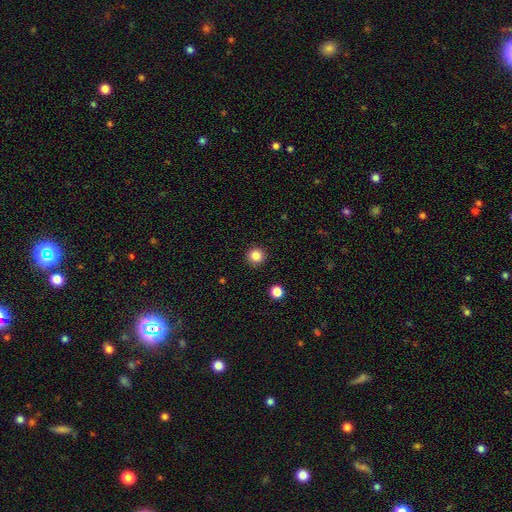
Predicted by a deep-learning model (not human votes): A smooth galaxy with no disk features (86%) that is round (94%). Merging: none (91%).